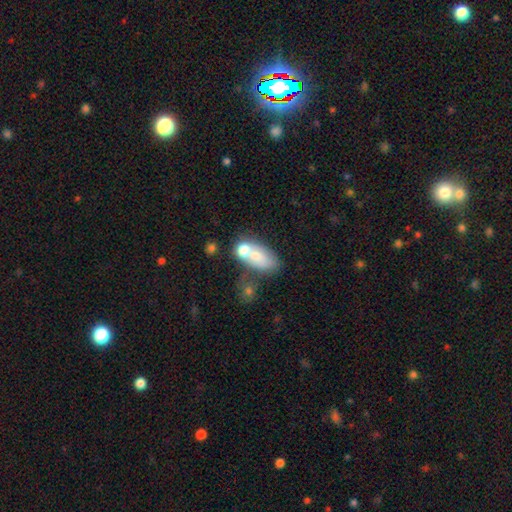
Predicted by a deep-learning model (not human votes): A smooth galaxy with no disk features (64%) that is in between round and cigar-shaped (81%).

Vote fractions:
- Smooth or featured? smooth: 64% / featured or disk: 26% / star or artifact: 10%
- How rounded? in between: 81% / round: 13% / cigar-shaped: 6%
- Merging? merger: 44% / none: 33% / minor disturbance: 14% / major disturbance: 9%